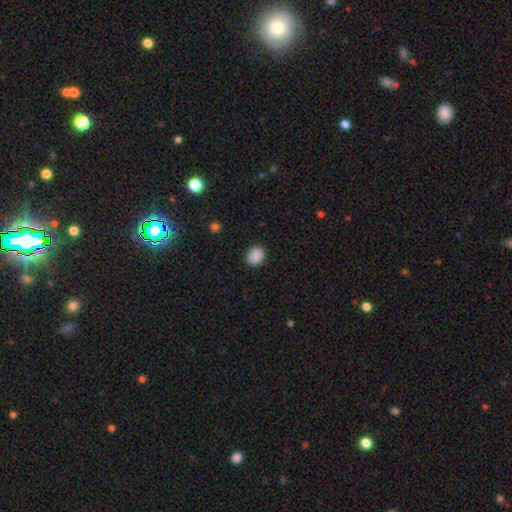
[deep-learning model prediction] Overall: smooth (89%). How rounded: in between (51%; round 48%). Merging: none (88%).